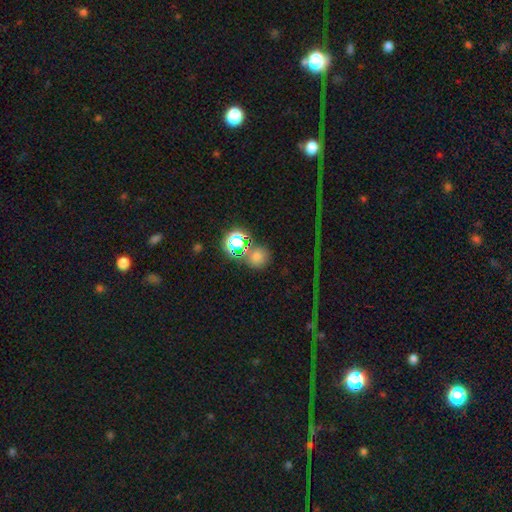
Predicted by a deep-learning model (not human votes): Morphology: type=smooth (51%); roundness=round (89%); merging=none (79%).